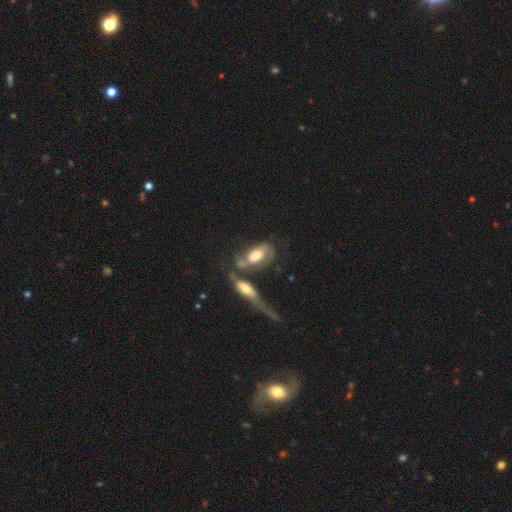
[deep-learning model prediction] smooth 49%, featured or disk 44%, star or artifact 7%. Down the decision tree: merging — merger (53%).